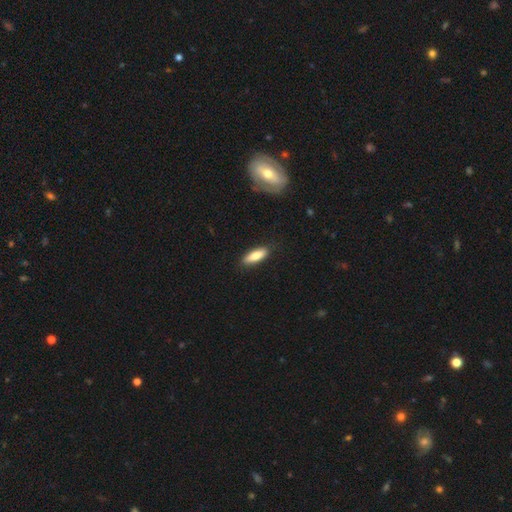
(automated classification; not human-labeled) Overall: smooth (79%). How rounded: in between (55%; cigar-shaped 43%). Merging: none (86%).